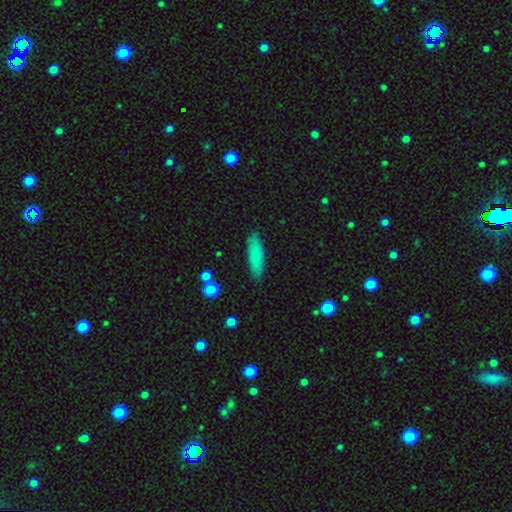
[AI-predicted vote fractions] A smooth galaxy with no disk features (80%) that is cigar-shaped (62%).

Vote fractions:
- Smooth or featured? smooth: 80% / featured or disk: 13% / star or artifact: 7%
- How rounded? cigar-shaped: 62% / in between: 36% / round: 2%
- Merging? none: 86% / minor disturbance: 10% / major disturbance: 2% / merger: 2%